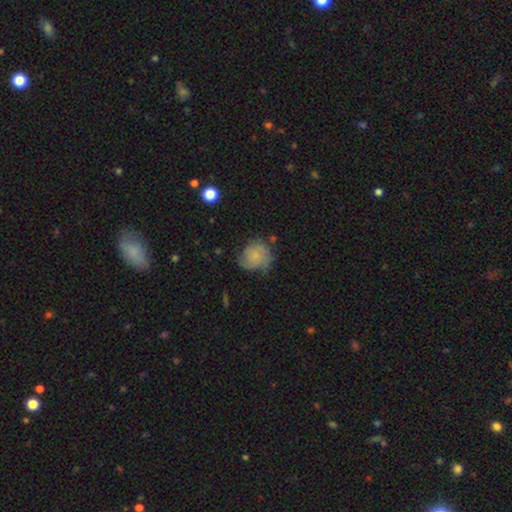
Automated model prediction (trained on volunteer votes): smooth-or-featured: featured or disk: 50% | smooth: 41% | star or artifact: 8%
  disk-edge-on: no: 98% | yes: 2%
  merging: none: 61% | minor disturbance: 27% | major disturbance: 11% | merger: 2%